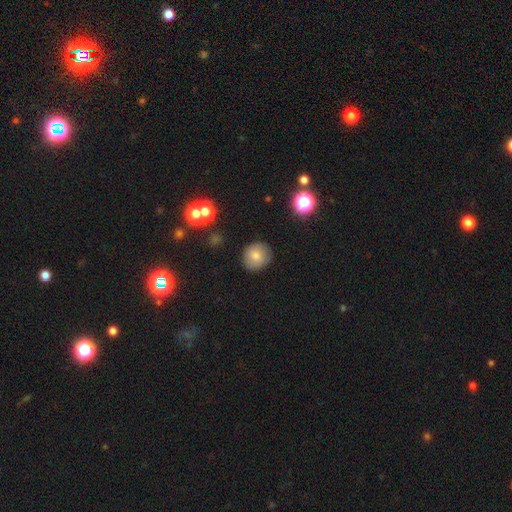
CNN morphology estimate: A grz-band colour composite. It shows a smooth galaxy with no disk features (76%) that is round (86%). Merging: none (85%).